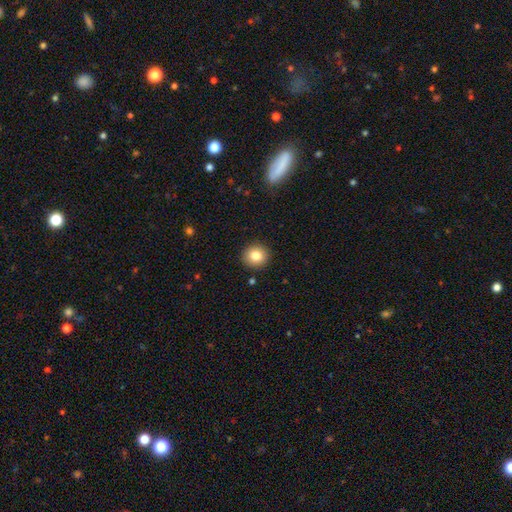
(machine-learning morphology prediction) Overall: smooth (82%). How rounded: round (90%). Merging: none (91%).